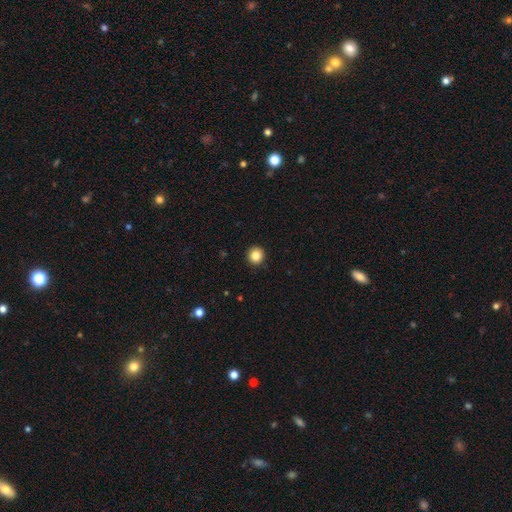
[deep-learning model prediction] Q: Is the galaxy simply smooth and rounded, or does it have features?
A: smooth — 85%.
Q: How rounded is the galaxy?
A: round — 95%.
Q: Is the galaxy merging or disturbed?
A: none — 93%.